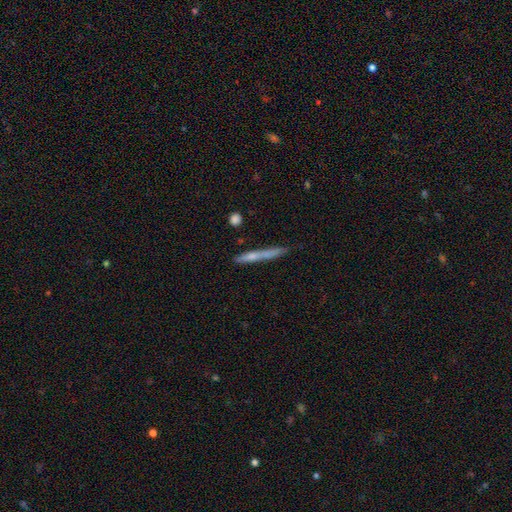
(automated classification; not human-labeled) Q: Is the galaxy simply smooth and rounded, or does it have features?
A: smooth — 55%.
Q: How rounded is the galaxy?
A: cigar-shaped — 95%.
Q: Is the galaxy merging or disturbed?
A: none — 75%.